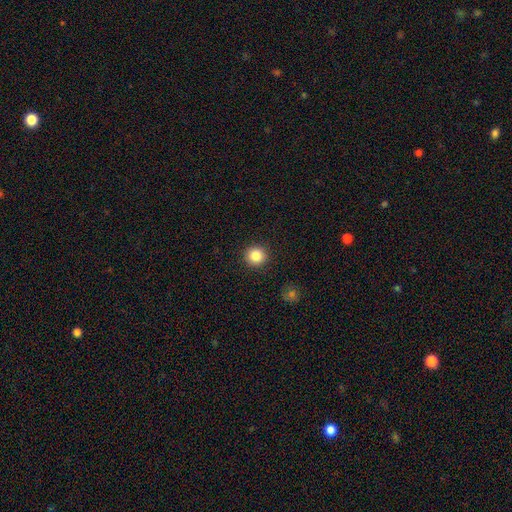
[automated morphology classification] The model was most divided on "smooth or featured": smooth: 85%, star or artifact: 10%, featured or disk: 5%. More confident: how rounded — round (94%); merging — none (93%).